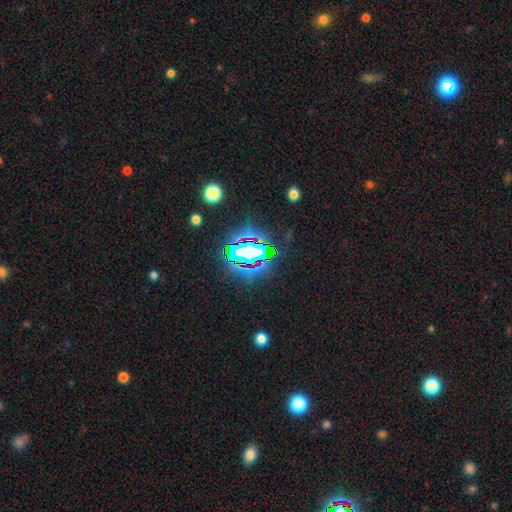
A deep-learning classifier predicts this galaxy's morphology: Smooth or featured? star or artifact (78%)